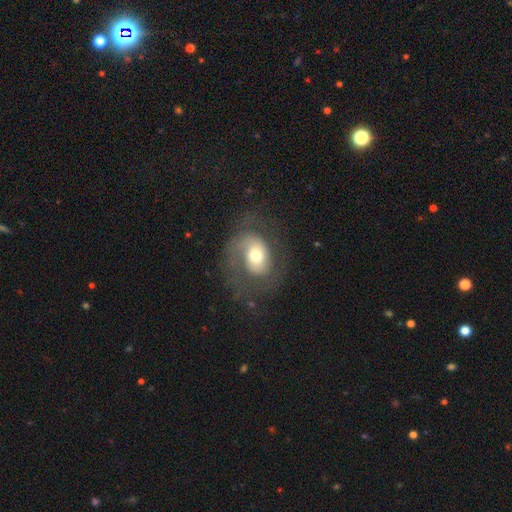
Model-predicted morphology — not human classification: A featured or disk galaxy (59%) with no bar (67%), spiral arms (79%) and a moderate central bulge (65%). Merging: none (56%).